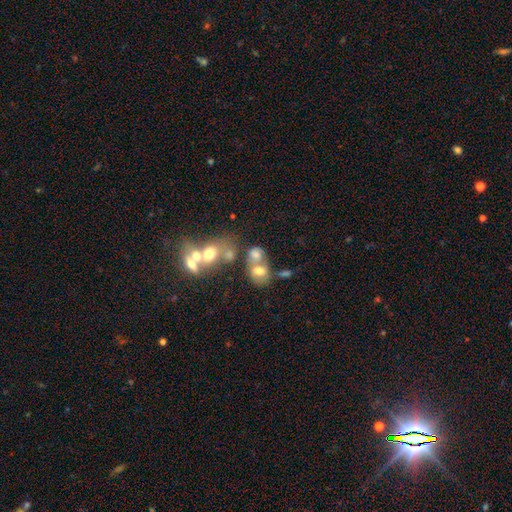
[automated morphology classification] This appears to be a smooth galaxy with no disk features (53%) that is in between round and cigar-shaped (50%). Merging: merger (54%).